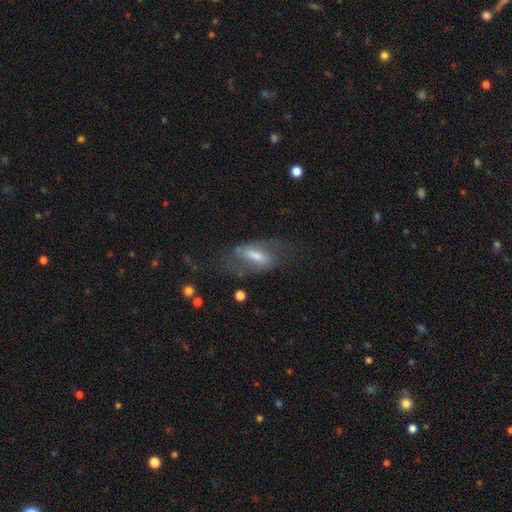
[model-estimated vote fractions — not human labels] Morphology: type=featured or disk (58%); edge-on=no (86%); merging=none (55%).